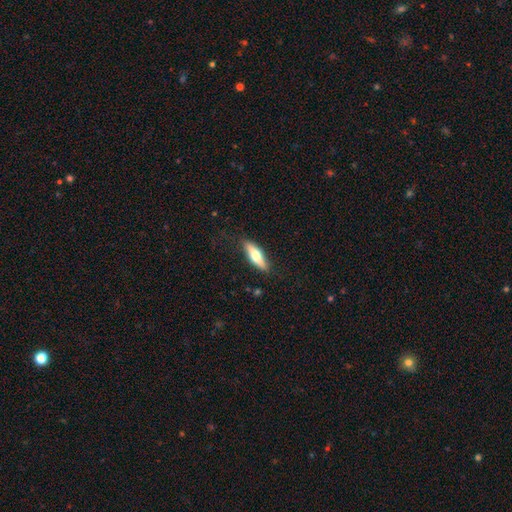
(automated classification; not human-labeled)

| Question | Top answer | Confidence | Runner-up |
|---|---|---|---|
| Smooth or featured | smooth | 61% | featured or disk (34%) |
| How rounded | cigar-shaped | 51% | in between (47%) |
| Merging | none | 83% | minor disturbance (13%) |